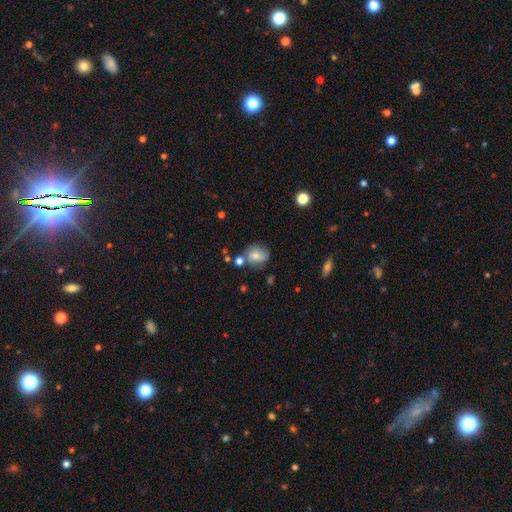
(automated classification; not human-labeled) Smooth or featured: smooth — 61% (featured or disk — 28%)
How rounded: round — 67% (in between — 32%)
Merging: none — 60% (minor disturbance — 22%)